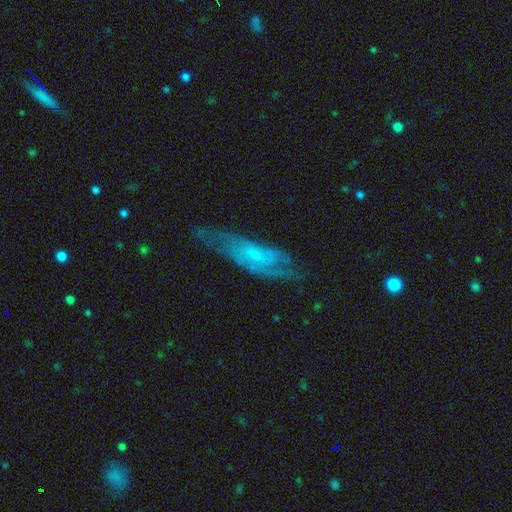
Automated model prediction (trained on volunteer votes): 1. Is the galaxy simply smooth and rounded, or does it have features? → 60% featured or disk, 31% smooth, 9% star or artifact.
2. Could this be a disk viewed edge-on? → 76% no, 24% yes.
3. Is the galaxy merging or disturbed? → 54% none, 27% minor disturbance, 16% major disturbance, 2% merger.